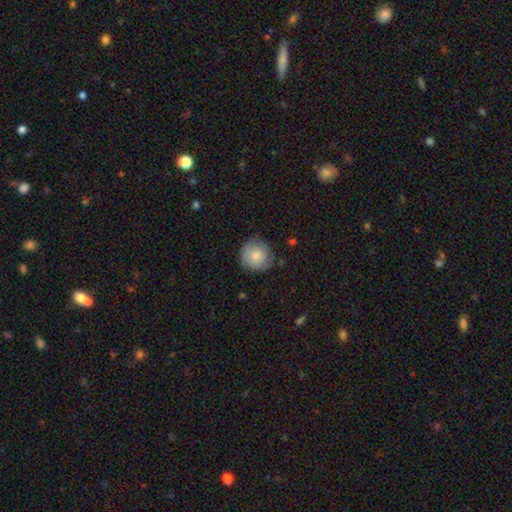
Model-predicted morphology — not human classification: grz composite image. It shows a smooth galaxy with no disk features (79%) that is round (92%). Merging: none (73%).